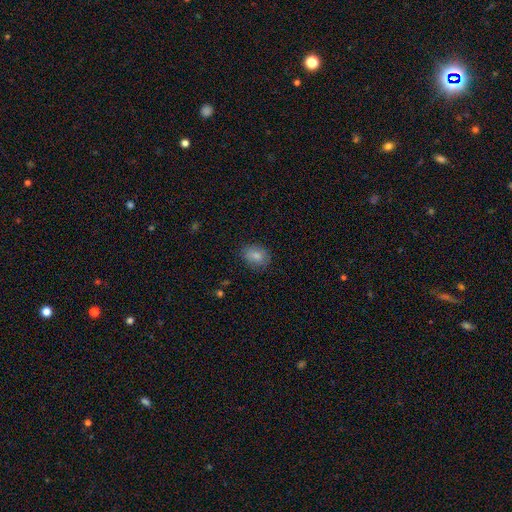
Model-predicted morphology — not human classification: Overall: smooth (81%). How rounded: in between (67%; round 31%). Merging: none (80%).